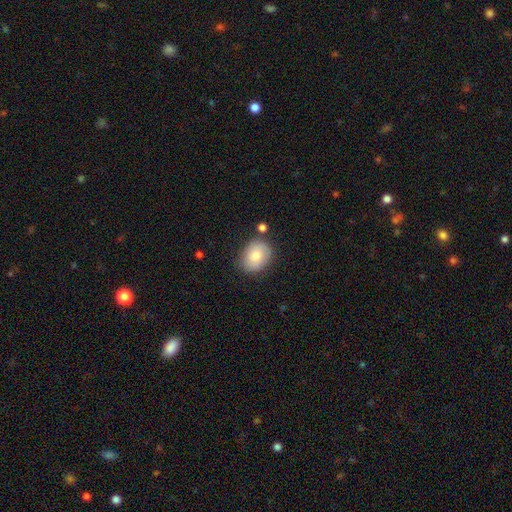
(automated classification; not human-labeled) smooth-or-featured: smooth: 78% | featured or disk: 15% | star or artifact: 8%
  how-rounded: in between: 56% | round: 43% | cigar-shaped: 1%
  merging: none: 76% | minor disturbance: 15% | merger: 5% | major disturbance: 4%